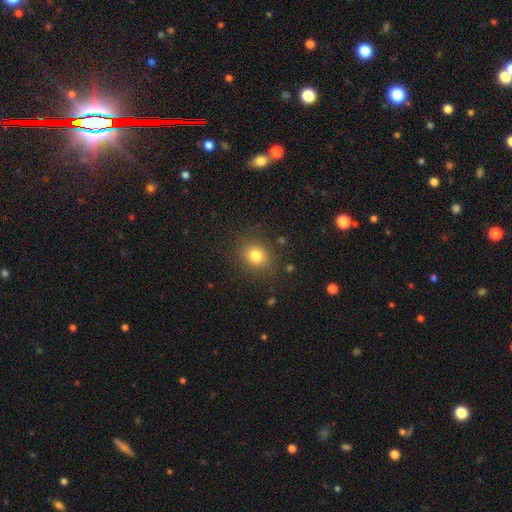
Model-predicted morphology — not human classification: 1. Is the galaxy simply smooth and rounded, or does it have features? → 80% smooth, 13% star or artifact, 8% featured or disk.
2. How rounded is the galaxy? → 69% round, 31% in between, 1% cigar-shaped.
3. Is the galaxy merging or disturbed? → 86% none, 9% minor disturbance, 4% major disturbance, 1% merger.